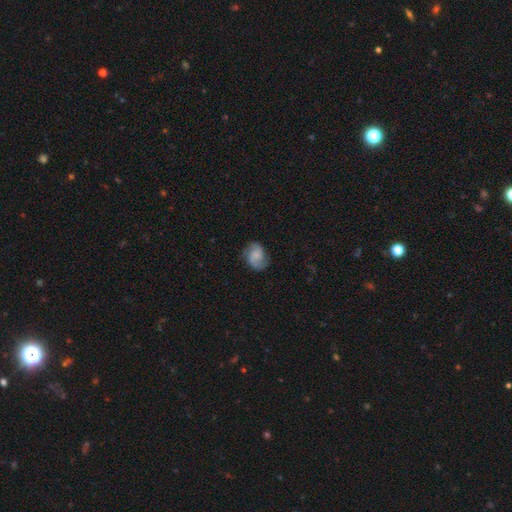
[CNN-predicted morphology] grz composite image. It shows a featured or disk galaxy (63%) with no bar (61%), 2 (88%) medium (49%) spiral arms (94%) and a small central bulge (38%). Merging: none (75%).